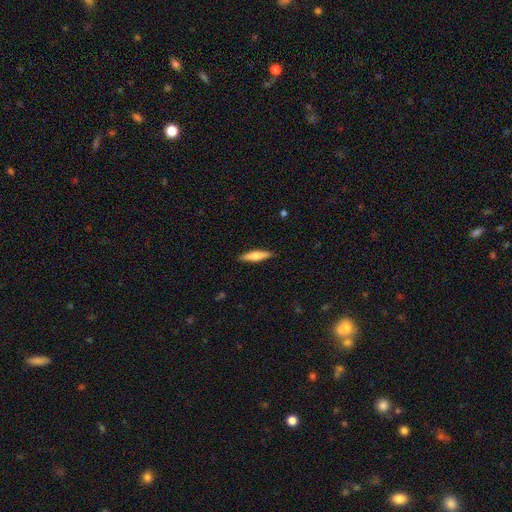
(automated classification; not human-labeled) This is possibly a smooth galaxy (60%). How rounded: likely cigar-shaped (79%). Merging: clearly none (89%).